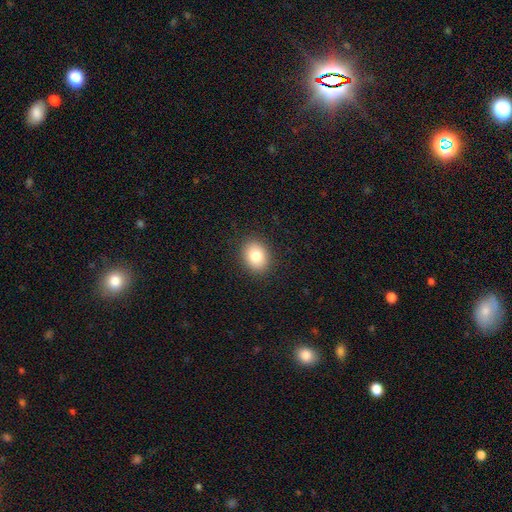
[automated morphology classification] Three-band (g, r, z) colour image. It shows a smooth galaxy with no disk features (82%) that is in between round and cigar-shaped (51%). Merging: none (89%).